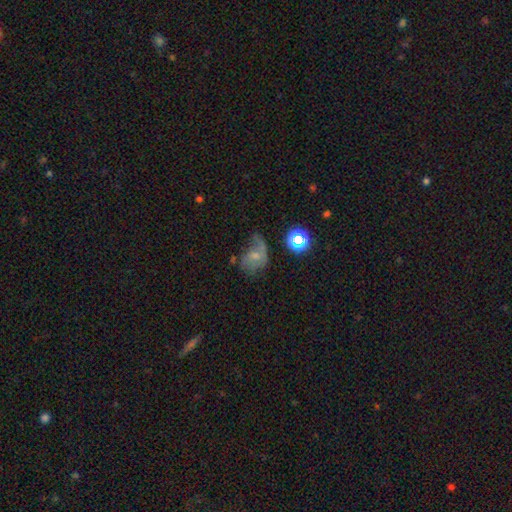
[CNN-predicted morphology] This appears to be a featured or disk galaxy (47%). Merging: major disturbance (37%).